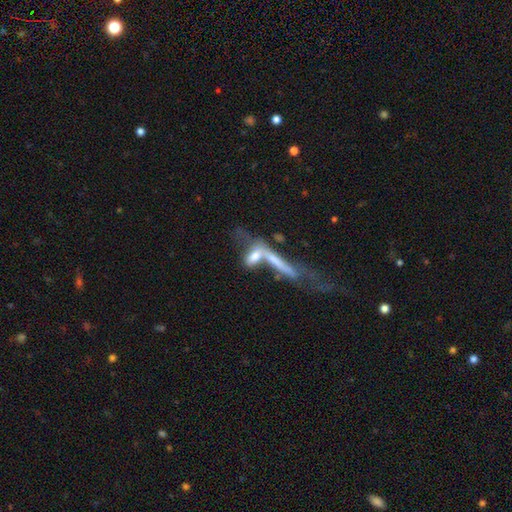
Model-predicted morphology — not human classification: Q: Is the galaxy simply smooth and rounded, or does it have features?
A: smooth — 57%.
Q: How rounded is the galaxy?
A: in between — 47%.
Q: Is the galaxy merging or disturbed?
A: merger — 51%.